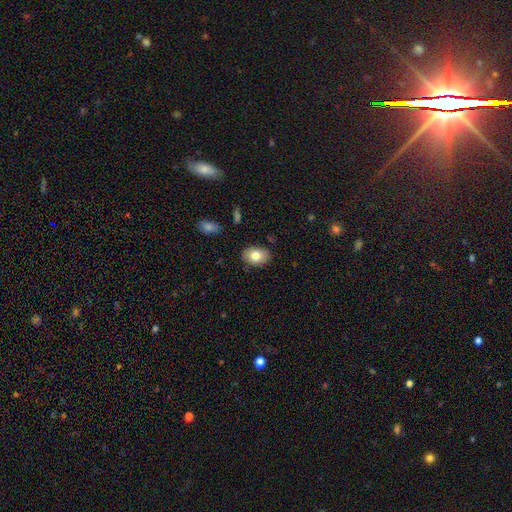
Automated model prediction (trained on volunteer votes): smooth_or_featured: smooth (p=0.79) [alt: featured or disk p=0.14]
how_rounded: in between (p=0.83) [alt: round p=0.16]
merging: none (p=0.86) [alt: minor disturbance p=0.11]